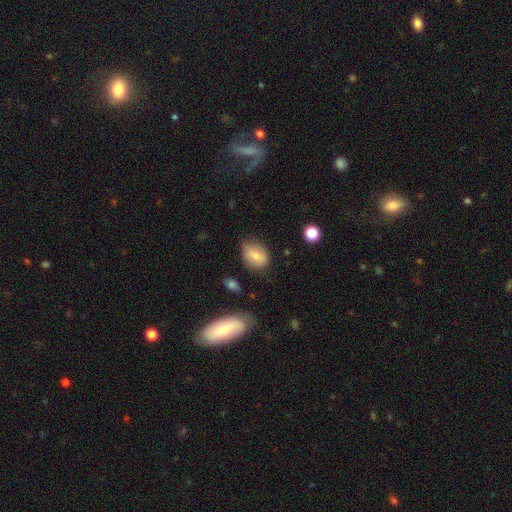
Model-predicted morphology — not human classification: smooth_or_featured: smooth (p=0.73) [alt: featured or disk p=0.19]
how_rounded: in between (p=0.61) [alt: round p=0.37]
merging: none (p=0.64) [alt: minor disturbance p=0.26]